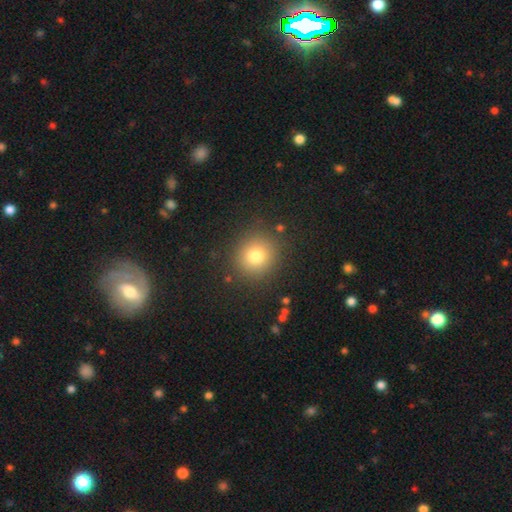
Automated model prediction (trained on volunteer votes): This is likely a smooth galaxy (77%). How rounded: clearly round (90%). Merging: clearly none (87%).